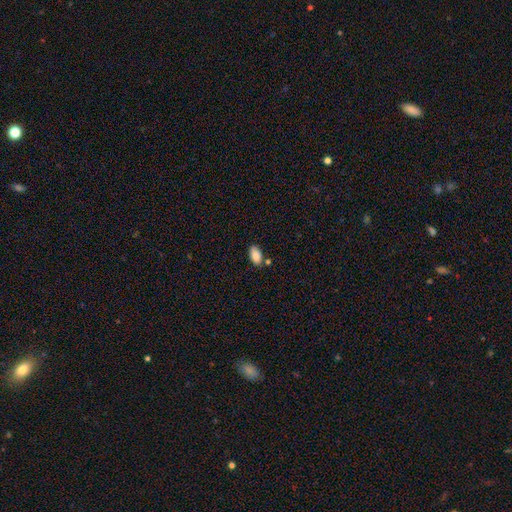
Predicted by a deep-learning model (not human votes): Morphology: type=smooth (87%); roundness=in between (93%); merging=none (72%).